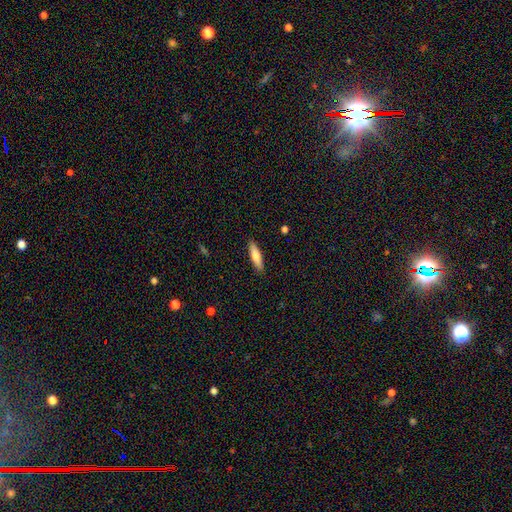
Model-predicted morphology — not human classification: Overall: smooth (66%; featured or disk 29%). How rounded: cigar-shaped (72%). Merging: none (90%).